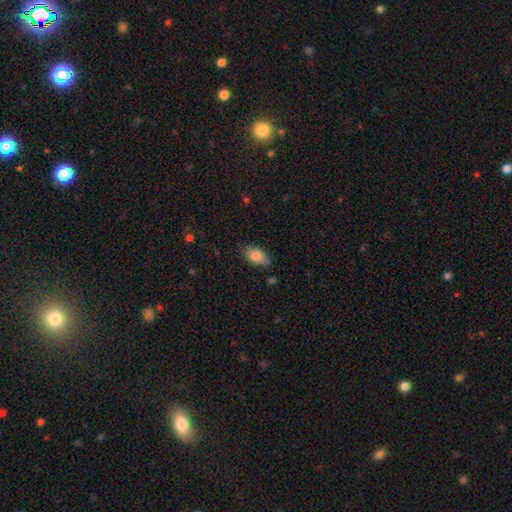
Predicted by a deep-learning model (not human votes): smooth-or-featured: smooth: 83% | featured or disk: 9% | star or artifact: 8%
  how-rounded: in between: 90% | round: 8% | cigar-shaped: 3%
  merging: none: 70% | minor disturbance: 23% | major disturbance: 4% | merger: 3%